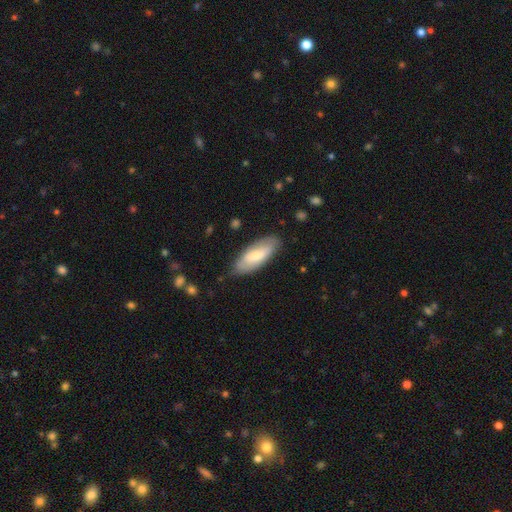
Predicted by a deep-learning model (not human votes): Smooth or featured: smooth — 62% (featured or disk — 33%)
How rounded: in between — 76% (cigar-shaped — 22%)
Merging: none — 79% (minor disturbance — 16%)